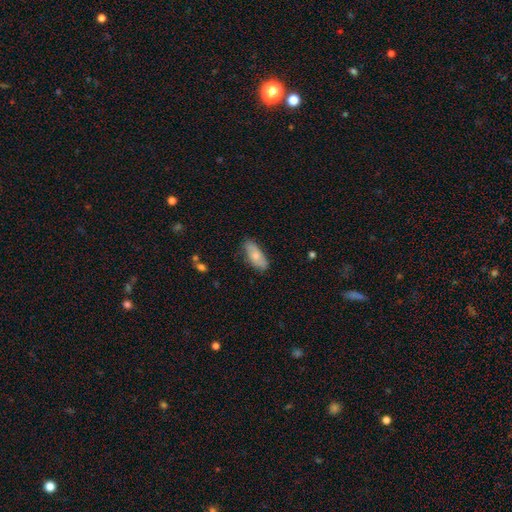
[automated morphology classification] smooth_or_featured: smooth (p=0.72) [alt: featured or disk p=0.22]
how_rounded: in between (p=0.82) [alt: cigar-shaped p=0.16]
merging: none (p=0.75) [alt: minor disturbance p=0.20]